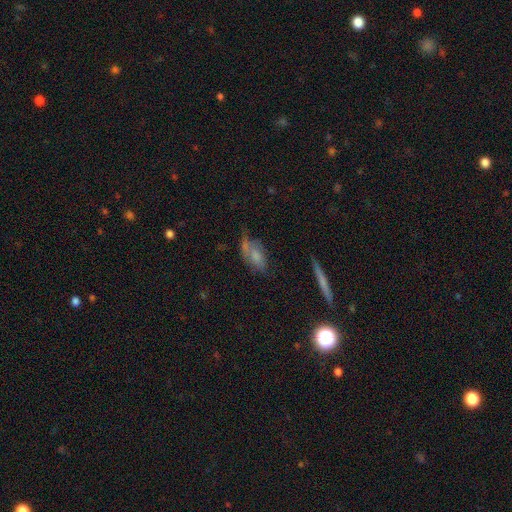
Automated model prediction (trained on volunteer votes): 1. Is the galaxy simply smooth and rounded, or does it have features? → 62% smooth, 28% featured or disk, 10% star or artifact.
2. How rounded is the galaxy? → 87% in between, 8% cigar-shaped, 5% round.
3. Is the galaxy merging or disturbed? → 38% none, 31% minor disturbance, 21% major disturbance, 10% merger.